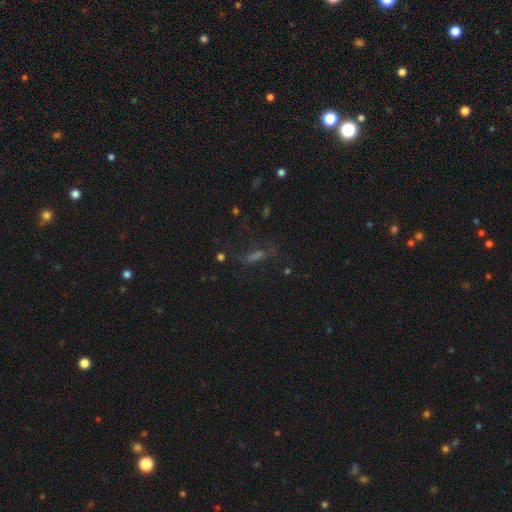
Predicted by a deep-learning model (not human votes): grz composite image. It shows a smooth galaxy with no disk features (37%). Merging: none (58%).